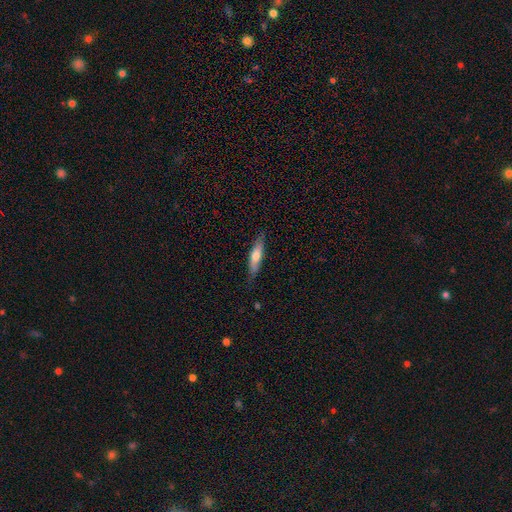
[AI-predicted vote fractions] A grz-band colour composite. It shows a smooth galaxy with no disk features (60%) that is cigar-shaped (72%). Merging: none (80%).